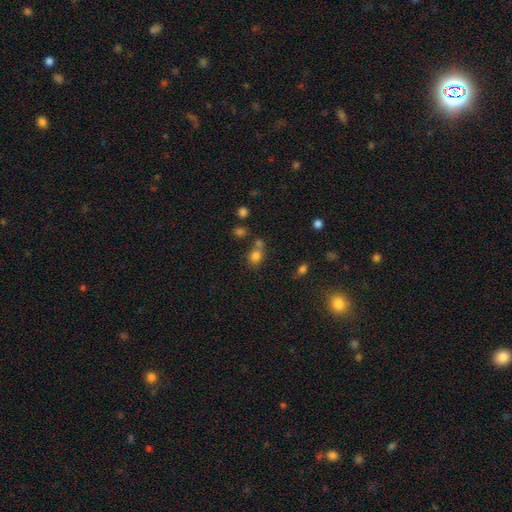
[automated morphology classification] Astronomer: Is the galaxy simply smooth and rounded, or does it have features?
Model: smooth — 77%.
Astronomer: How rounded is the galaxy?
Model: round — 68%.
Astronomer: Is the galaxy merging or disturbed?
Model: none — 51% (runner-up: merger, 32%).